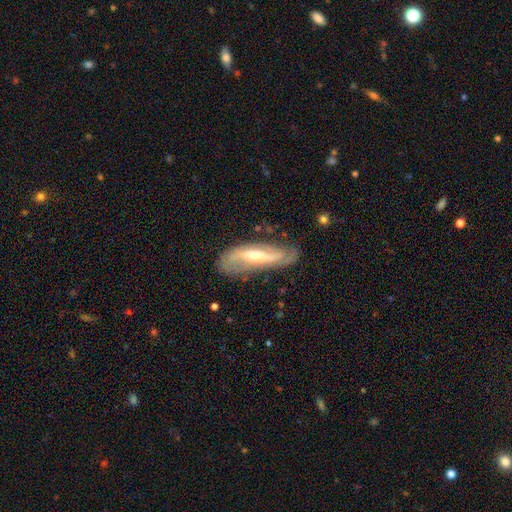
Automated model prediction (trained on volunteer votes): This appears to be a featured or disk galaxy (77%) with a strong bar (39%), 2 (77%) loose (47%) spiral arms (87%) and a small central bulge (52%). Merging: none (69%).